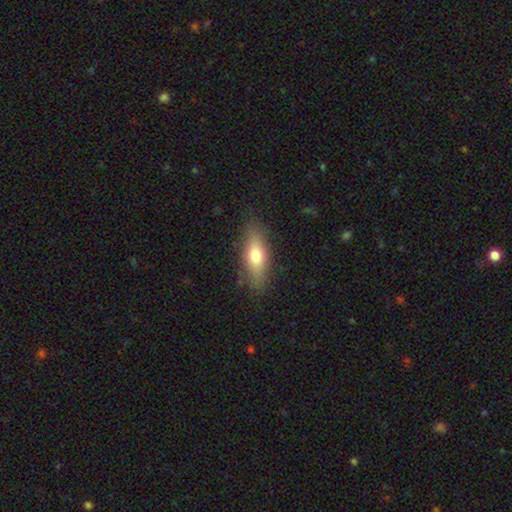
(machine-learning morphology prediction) Smooth or featured? Predicted: smooth (p=0.69). How rounded? Predicted: in between (p=0.66). Merging? Predicted: none (p=0.81).